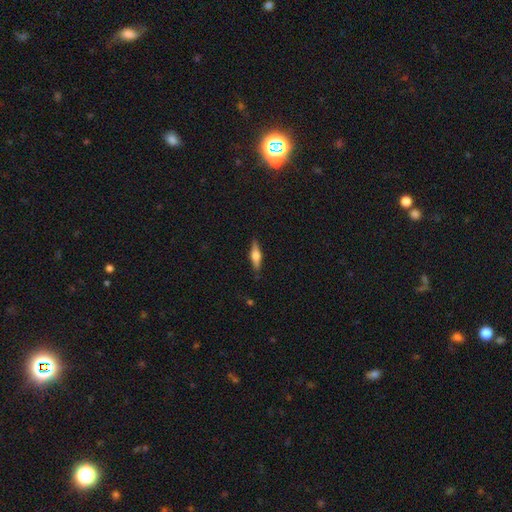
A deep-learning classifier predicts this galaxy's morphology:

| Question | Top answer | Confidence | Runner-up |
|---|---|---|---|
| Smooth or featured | featured or disk | 56% | smooth (38%) |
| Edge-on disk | yes | 95% | no (5%) |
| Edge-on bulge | rounded | 90% | boxy (8%) |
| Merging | none | 87% | minor disturbance (9%) |